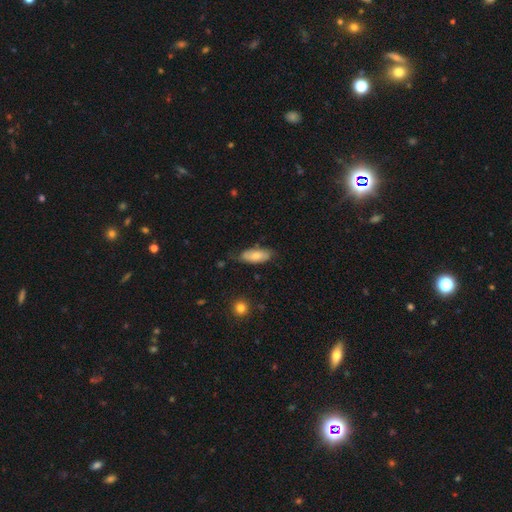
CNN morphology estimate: smooth-or-featured: smooth: 75% | featured or disk: 19% | star or artifact: 6%
  how-rounded: in between: 82% | cigar-shaped: 16% | round: 2%
  merging: none: 69% | minor disturbance: 25% | major disturbance: 5% | merger: 2%